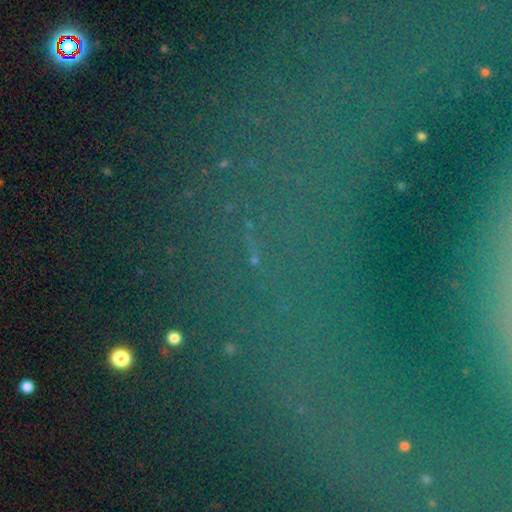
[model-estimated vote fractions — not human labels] Smooth or featured?
  - star or artifact: 75% *
  - smooth: 14%
  - featured or disk: 11%